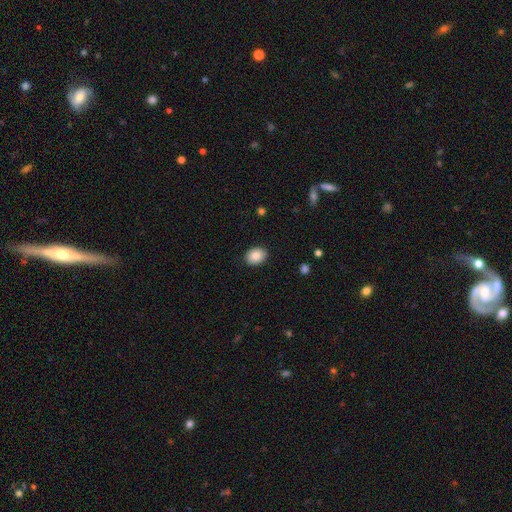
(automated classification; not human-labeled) smooth-or-featured: smooth: 87% | star or artifact: 8% | featured or disk: 5%
  how-rounded: in between: 59% | round: 40% | cigar-shaped: 1%
  merging: none: 89% | minor disturbance: 8% | major disturbance: 2% | merger: 1%